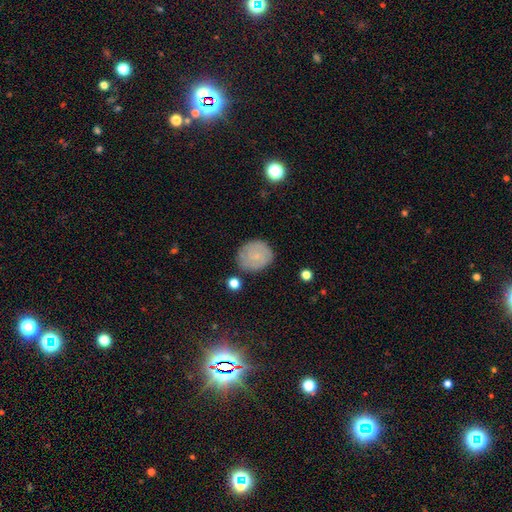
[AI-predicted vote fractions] featured or disk 49%, smooth 43%, star or artifact 9%. Down the decision tree: merging — none (79%).